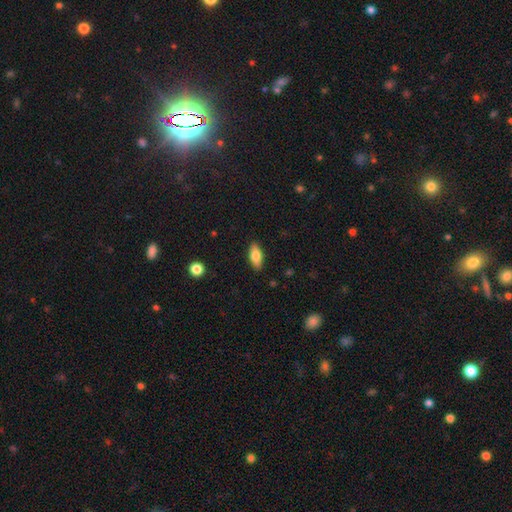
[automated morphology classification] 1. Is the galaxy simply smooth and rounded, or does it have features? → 74% smooth, 20% featured or disk, 7% star or artifact.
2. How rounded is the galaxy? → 80% in between, 17% cigar-shaped, 3% round.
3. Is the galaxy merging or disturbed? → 87% none, 10% minor disturbance, 2% major disturbance, 1% merger.